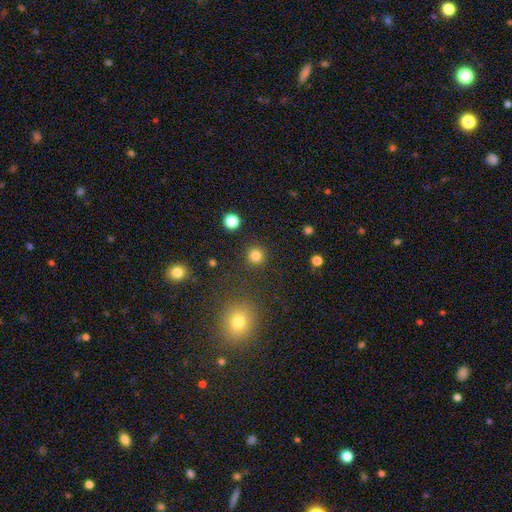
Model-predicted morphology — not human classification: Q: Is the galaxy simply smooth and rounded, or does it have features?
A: smooth — 82%.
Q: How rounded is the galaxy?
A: round — 95%.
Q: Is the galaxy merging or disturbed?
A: none — 90%.